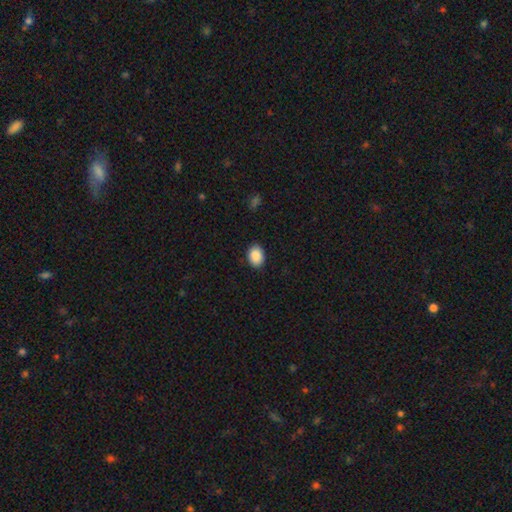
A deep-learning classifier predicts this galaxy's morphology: Q: Smooth or featured?
A: smooth (90%); runner-up: star or artifact (7%)
Q: How rounded?
A: in between (74%); runner-up: round (25%)
Q: Merging?
A: none (88%); runner-up: minor disturbance (9%)